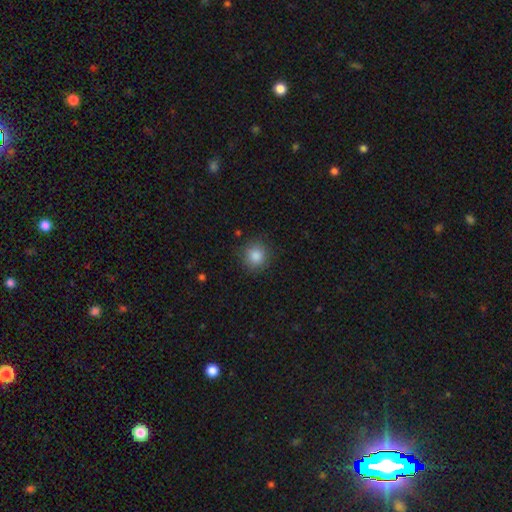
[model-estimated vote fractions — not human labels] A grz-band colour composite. It shows a smooth galaxy with no disk features (86%) that is round (91%). Merging: none (87%).